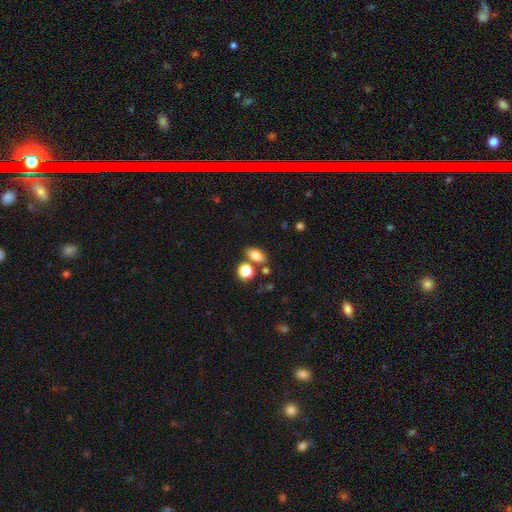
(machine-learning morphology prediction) type=smooth (80%); roundness=in between (79%); merging=none (67%).